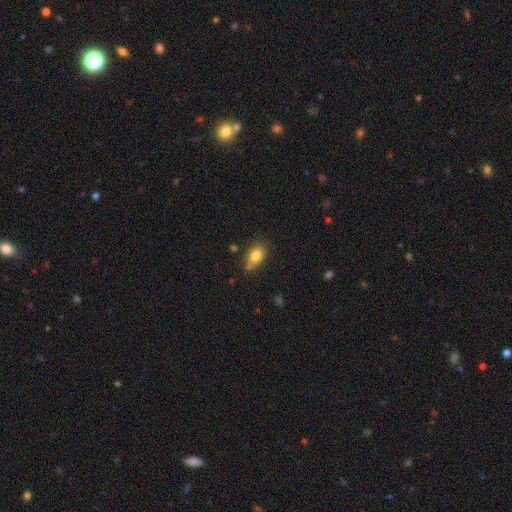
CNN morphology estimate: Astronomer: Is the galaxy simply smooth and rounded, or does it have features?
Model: smooth — 80%.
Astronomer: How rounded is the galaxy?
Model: in between — 79%.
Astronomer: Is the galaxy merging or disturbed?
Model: none — 65%.